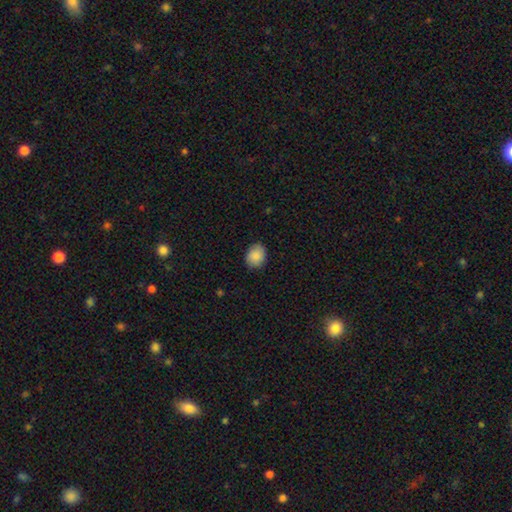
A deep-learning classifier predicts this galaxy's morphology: Overall: smooth (88%). How rounded: round (54%; in between 45%). Merging: none (85%).